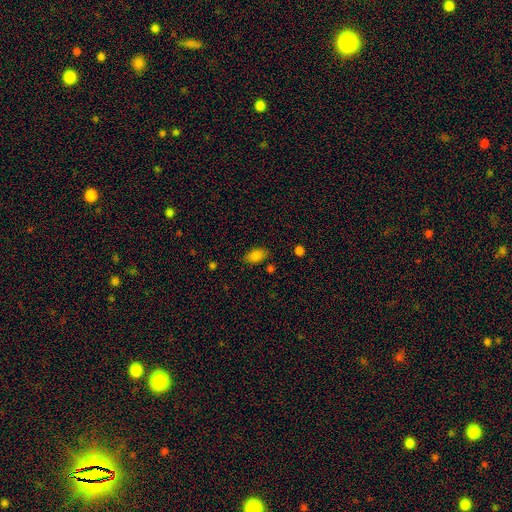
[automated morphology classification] Smooth or featured: smooth — 83% (star or artifact — 10%)
How rounded: in between — 89% (round — 9%)
Merging: none — 81% (minor disturbance — 13%)